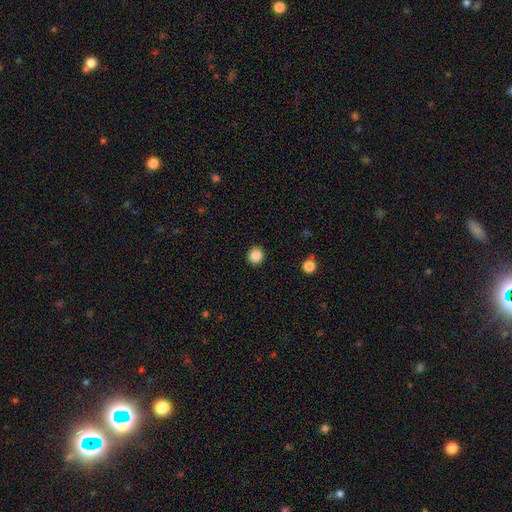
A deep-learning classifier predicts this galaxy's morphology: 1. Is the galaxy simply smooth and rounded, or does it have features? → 87% smooth, 10% star or artifact, 3% featured or disk.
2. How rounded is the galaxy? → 92% round, 7% in between, 1% cigar-shaped.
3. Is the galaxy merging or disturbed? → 91% none, 6% minor disturbance, 2% major disturbance, 1% merger.